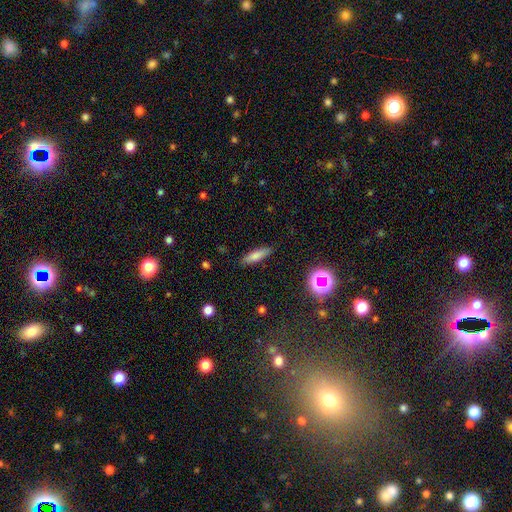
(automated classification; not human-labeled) smooth 73%, featured or disk 17%, star or artifact 10%. Down the decision tree: how rounded — cigar-shaped (65%); merging — none (87%).